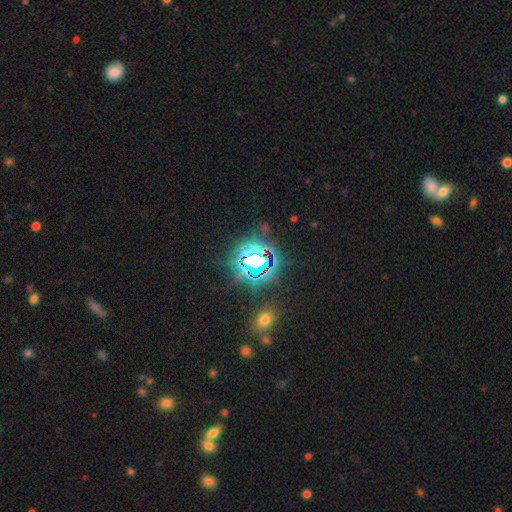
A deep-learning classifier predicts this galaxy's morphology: star or artifact 79%, smooth 13%, featured or disk 7%.